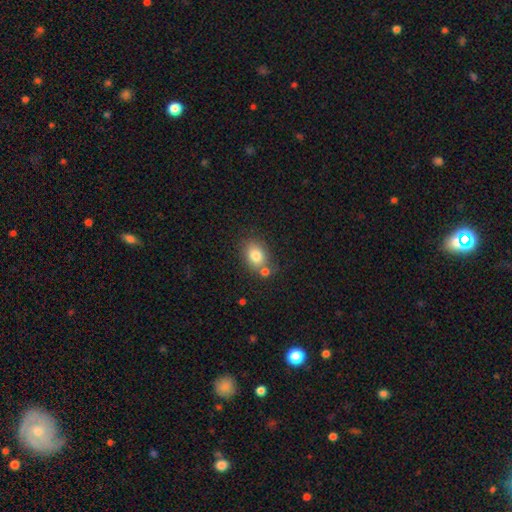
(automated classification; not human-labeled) smooth-or-featured: smooth: 80% | featured or disk: 10% | star or artifact: 10%
  how-rounded: in between: 62% | round: 37% | cigar-shaped: 1%
  merging: none: 63% | merger: 19% | minor disturbance: 14% | major disturbance: 4%